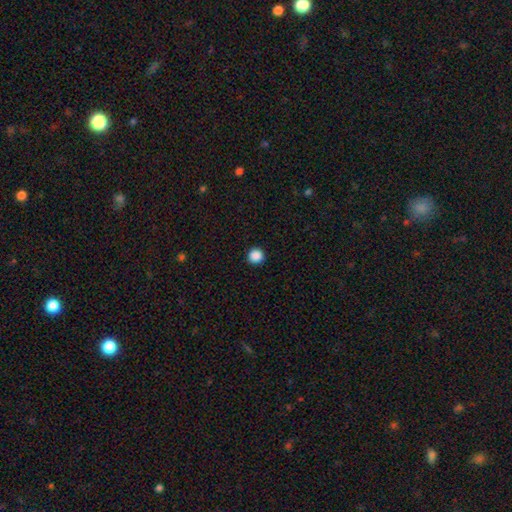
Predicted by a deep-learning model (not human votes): smooth-or-featured: smooth: 88% | star or artifact: 10% | featured or disk: 2%
  how-rounded: round: 96% | in between: 3% | cigar-shaped: 1%
  merging: none: 93% | minor disturbance: 4% | major disturbance: 2% | merger: 1%